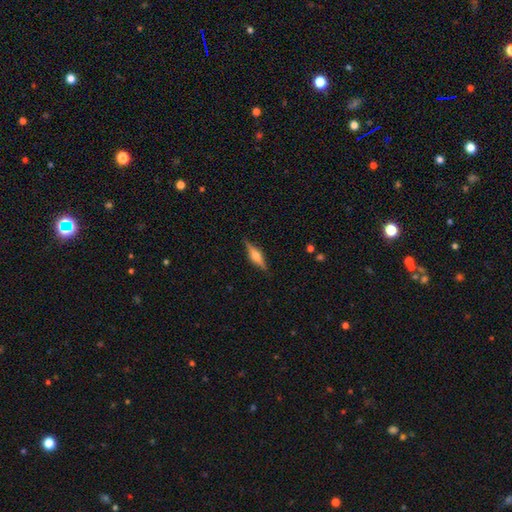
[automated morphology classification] Overall: featured or disk (67%). Edge-on disk: yes (97%). Edge-on bulge: rounded (82%). Merging: none (87%).